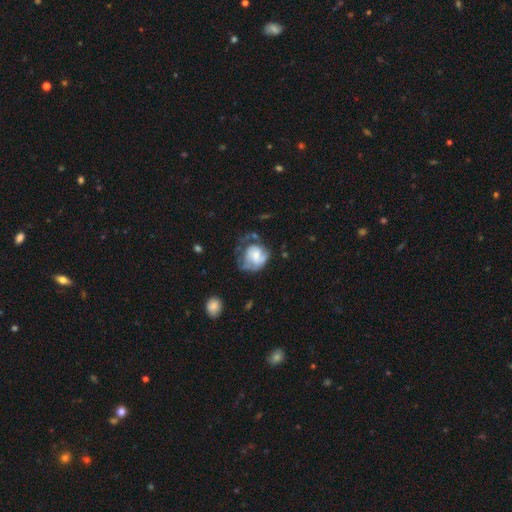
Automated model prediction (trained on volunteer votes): This appears to be a featured or disk galaxy (55%) with no bar (67%), spiral arms (68%) and a moderate central bulge (35%). Merging: major disturbance (36%).